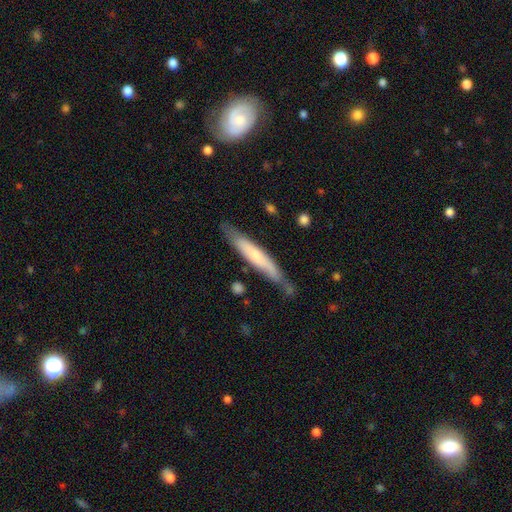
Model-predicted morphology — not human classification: This is possibly a smooth galaxy (54%). How rounded: clearly cigar-shaped (91%). Merging: likely none (73%).